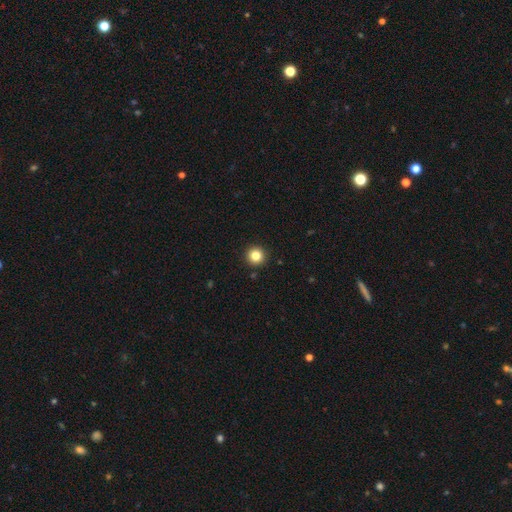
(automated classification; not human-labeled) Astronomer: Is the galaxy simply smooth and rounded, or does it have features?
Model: smooth — 83%.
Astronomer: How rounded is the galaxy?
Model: round — 96%.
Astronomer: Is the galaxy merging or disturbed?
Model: none — 93%.